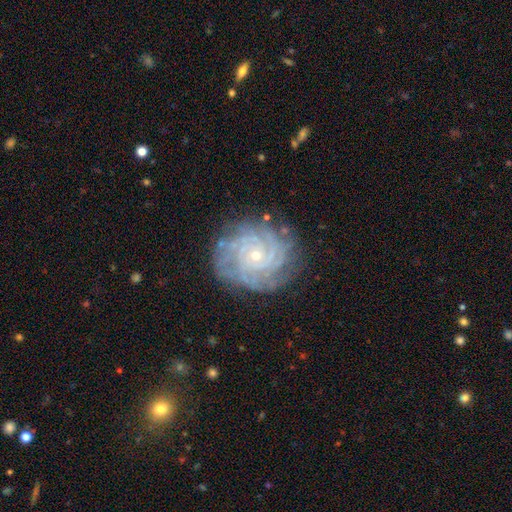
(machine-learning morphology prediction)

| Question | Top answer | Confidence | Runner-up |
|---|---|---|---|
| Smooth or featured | featured or disk | 86% | smooth (7%) |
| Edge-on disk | no | 97% | yes (3%) |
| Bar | no | 79% | weak (17%) |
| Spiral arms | yes | 97% | no (3%) |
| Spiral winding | tight | 81% | medium (16%) |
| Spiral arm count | can't tell | 26% | 4 (23%) |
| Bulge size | small | 79% | moderate (18%) |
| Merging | none | 81% | minor disturbance (14%) |